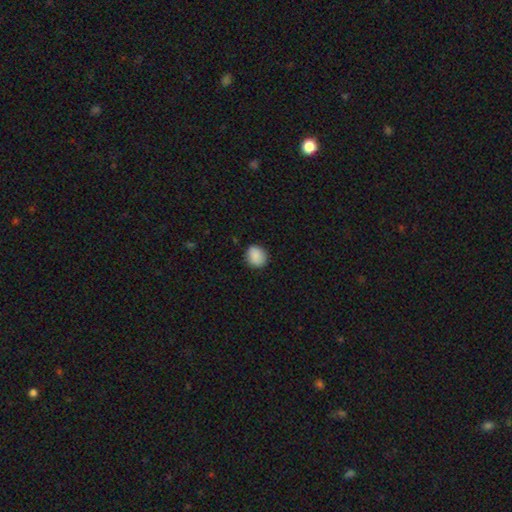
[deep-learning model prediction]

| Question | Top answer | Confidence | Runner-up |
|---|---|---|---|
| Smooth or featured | smooth | 89% | star or artifact (8%) |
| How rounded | round | 70% | in between (29%) |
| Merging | none | 86% | minor disturbance (11%) |